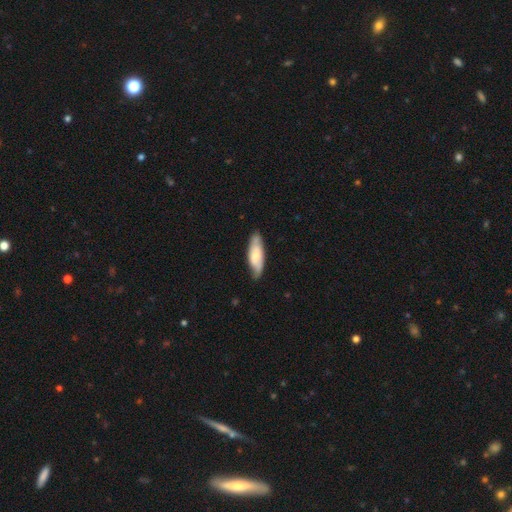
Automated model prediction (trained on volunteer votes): Smooth or featured?
  - smooth: 61% *
  - featured or disk: 34%
  - star or artifact: 6%
How rounded?
  - in between: 56% *
  - cigar-shaped: 42%
  - round: 2%
Merging?
  - none: 76% *
  - minor disturbance: 19%
  - major disturbance: 3%
  - merger: 1%